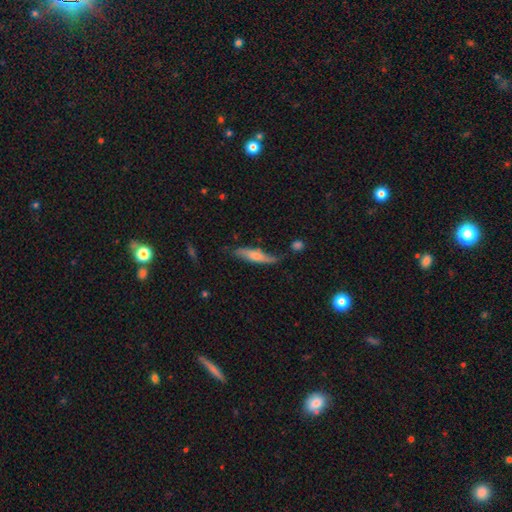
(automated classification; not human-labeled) Smooth or featured? smooth (56%)
How rounded? cigar-shaped (76%)
Merging? none (58%)